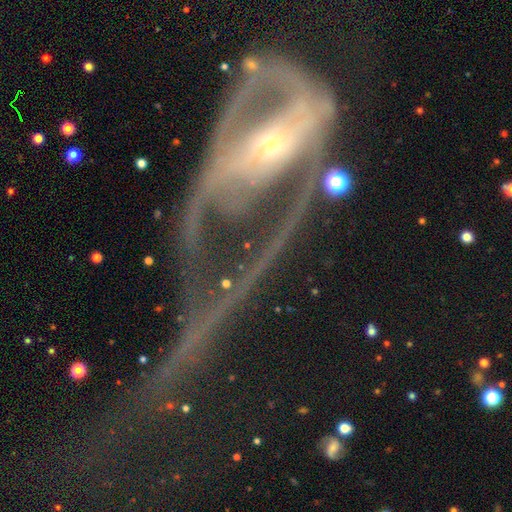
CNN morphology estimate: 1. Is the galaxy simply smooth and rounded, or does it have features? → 78% featured or disk, 11% smooth, 11% star or artifact.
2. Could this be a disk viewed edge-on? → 91% no, 9% yes.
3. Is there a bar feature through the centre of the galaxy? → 45% no, 29% strong, 26% weak.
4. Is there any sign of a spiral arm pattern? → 64% yes, 36% no.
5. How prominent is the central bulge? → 68% small, 25% moderate, 3% large, 2% none, 2% dominant.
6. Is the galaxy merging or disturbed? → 60% major disturbance, 19% none, 12% minor disturbance, 8% merger.